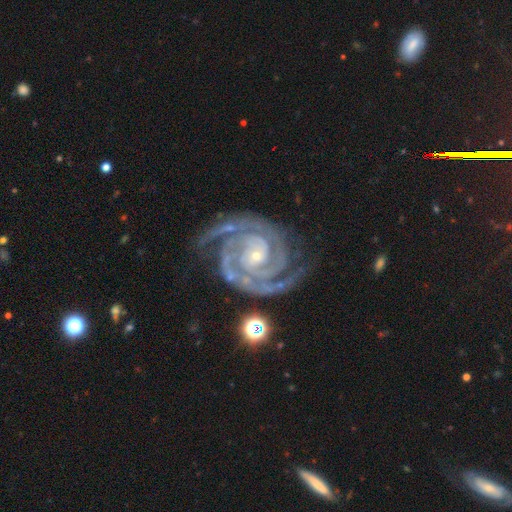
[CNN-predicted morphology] smooth-or-featured: featured or disk: 94% | star or artifact: 4% | smooth: 2%
  disk-edge-on: no: 98% | yes: 2%
    bar: no: 61% | weak: 23% | strong: 16%
    has-spiral-arms: yes: 99% | no: 1%
      spiral-winding: tight: 80% | medium: 18% | loose: 2%
      spiral-arm-count: 2: 69% | 3: 15% | 4: 5% | can't tell: 5% | more than 4: 3% | 1: 3%
    bulge-size: small: 79% | moderate: 17% | none: 2% | large: 1% | dominant: 1%
  merging: none: 74% | minor disturbance: 17% | major disturbance: 6% | merger: 2%